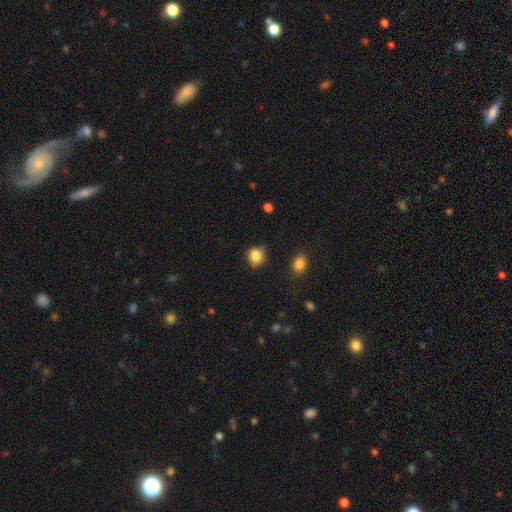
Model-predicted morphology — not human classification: Smooth or featured: smooth — 83% (star or artifact — 10%)
How rounded: round — 66% (in between — 32%)
Merging: none — 64% (minor disturbance — 27%)